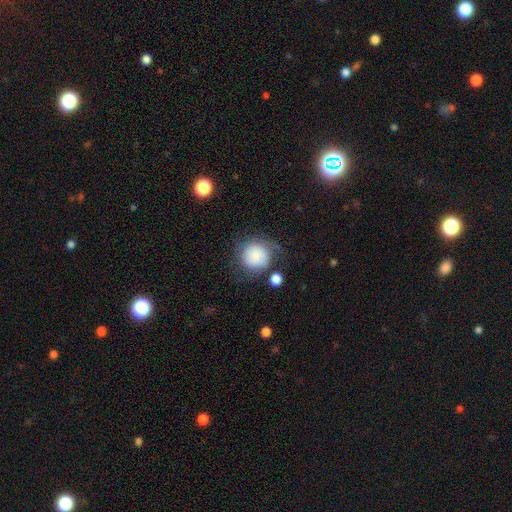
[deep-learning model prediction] Overall: smooth (73%). How rounded: round (88%). Merging: none (51%; minor disturbance 25%).